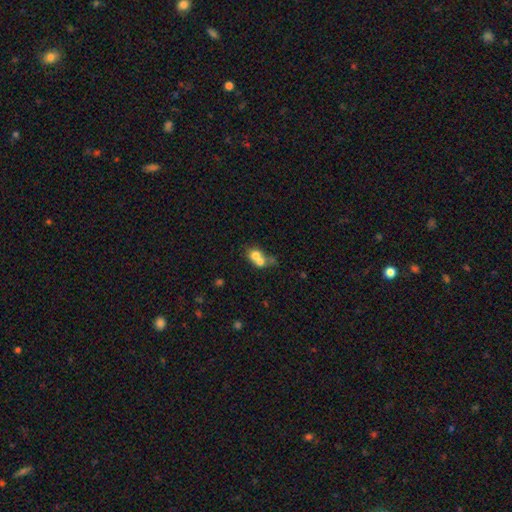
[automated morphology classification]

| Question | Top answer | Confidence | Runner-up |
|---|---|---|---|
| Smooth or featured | smooth | 67% | featured or disk (22%) |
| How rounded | round | 68% | in between (31%) |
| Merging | merger | 67% | none (23%) |